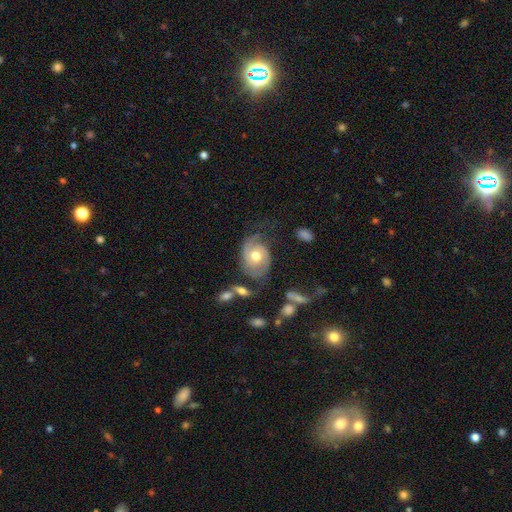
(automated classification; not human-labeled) Overall: featured or disk (74%). Edge-on disk: no (96%). Bar: no (74%). Spiral arms: yes (89%). Spiral arm count: 2 (77%). Spiral winding: tight (42%; medium 40%). Bulge size: moderate (77%). Merging: none (59%; minor disturbance 24%).